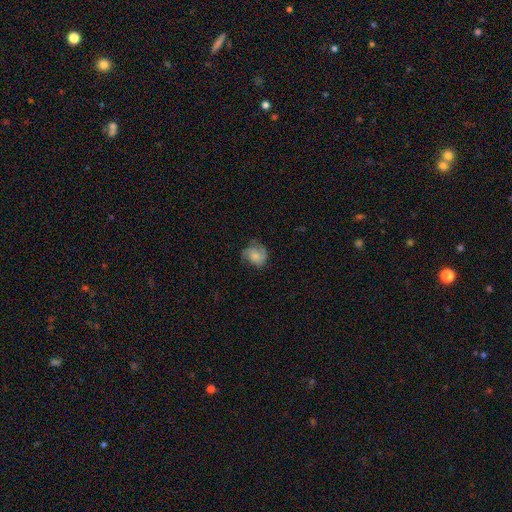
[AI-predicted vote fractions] Q: Smooth or featured?
A: featured or disk (49%); runner-up: smooth (43%)
Q: Merging?
A: none (60%); runner-up: minor disturbance (25%)